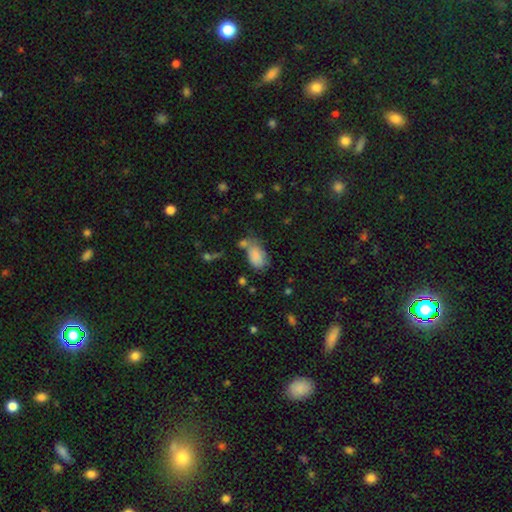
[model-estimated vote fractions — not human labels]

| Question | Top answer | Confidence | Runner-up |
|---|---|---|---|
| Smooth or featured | smooth | 82% | star or artifact (10%) |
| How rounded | in between | 90% | round (8%) |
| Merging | none | 47% | minor disturbance (25%) |